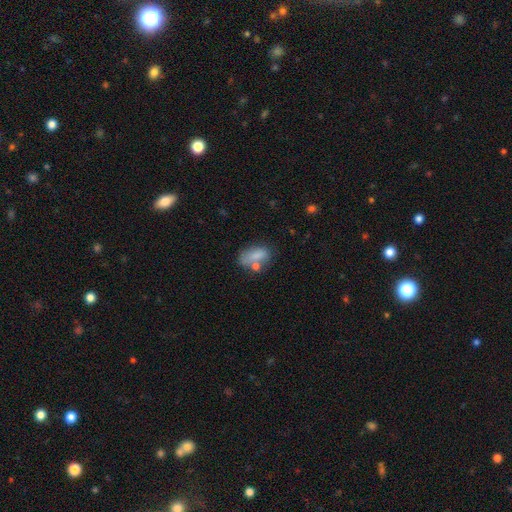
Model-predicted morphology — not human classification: smooth 75%, featured or disk 15%, star or artifact 9%. Down the decision tree: how rounded — in between (86%); merging — none (46%).